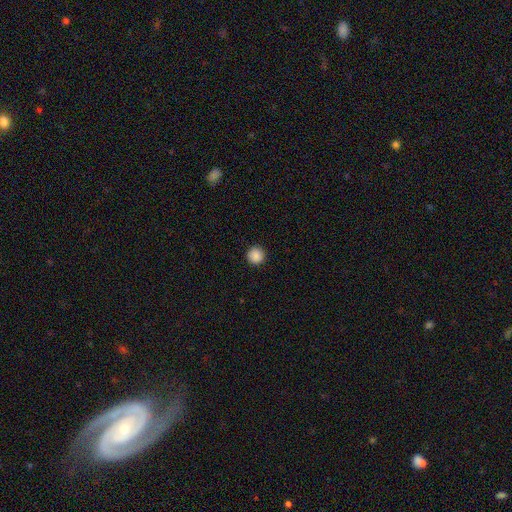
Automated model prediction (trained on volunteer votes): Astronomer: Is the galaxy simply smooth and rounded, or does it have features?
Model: smooth — 89%.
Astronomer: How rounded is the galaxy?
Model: round — 96%.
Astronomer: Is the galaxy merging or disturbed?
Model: none — 93%.